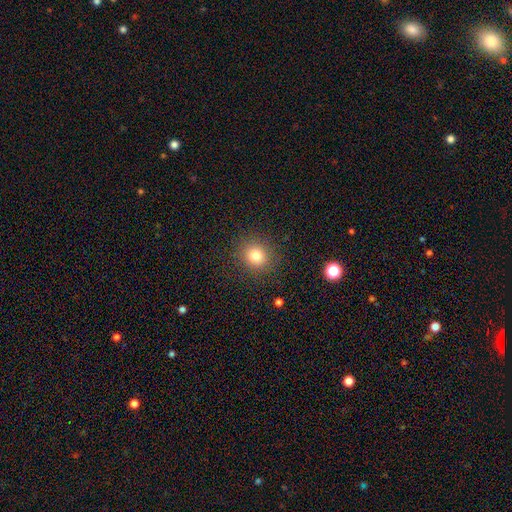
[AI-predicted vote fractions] Q: Smooth or featured?
A: smooth (80%); runner-up: star or artifact (13%)
Q: How rounded?
A: round (85%); runner-up: in between (15%)
Q: Merging?
A: none (89%); runner-up: minor disturbance (7%)